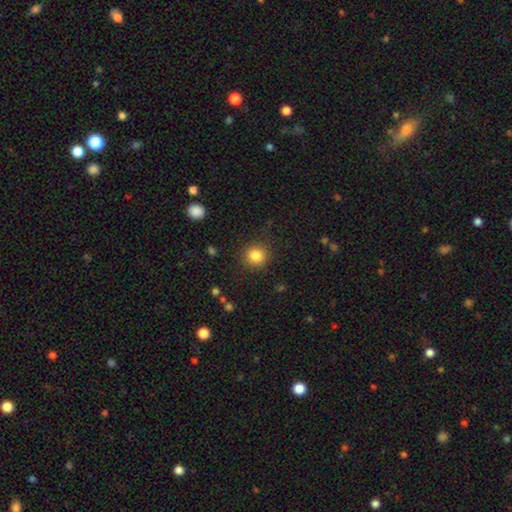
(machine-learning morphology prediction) Smooth or featured? Predicted: smooth (p=0.84). How rounded? Predicted: round (p=0.88). Merging? Predicted: none (p=0.88).